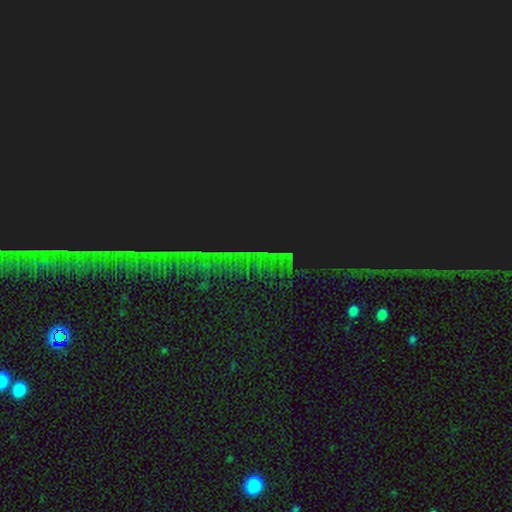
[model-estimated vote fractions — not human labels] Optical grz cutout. It shows a star or artifact, not a galaxy (87%).